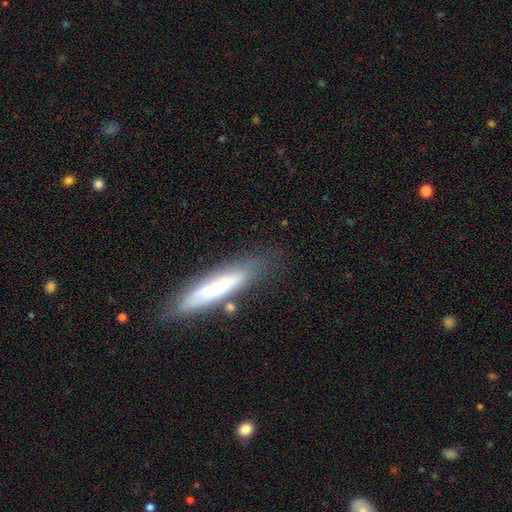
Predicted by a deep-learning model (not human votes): A smooth galaxy with no disk features (51%) that is cigar-shaped (86%). Merging: none (79%).